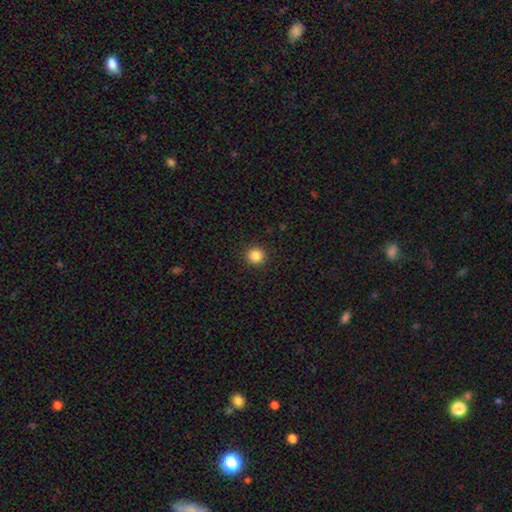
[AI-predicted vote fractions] smooth_or_featured: smooth (p=0.85) [alt: star or artifact p=0.11]
how_rounded: round (p=0.95) [alt: in between p=0.04]
merging: none (p=0.93) [alt: minor disturbance p=0.04]